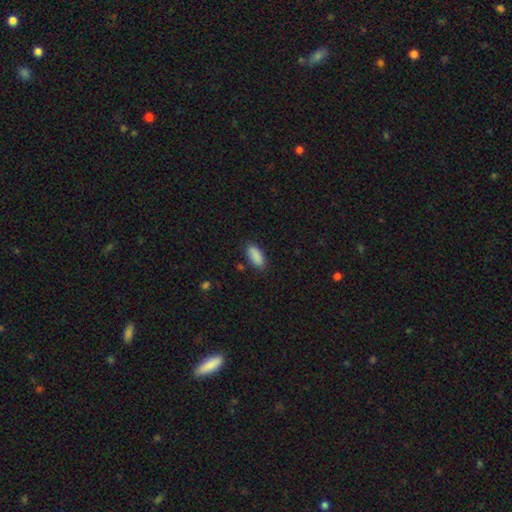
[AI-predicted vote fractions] Overall: smooth (89%). How rounded: in between (85%). Merging: none (83%).